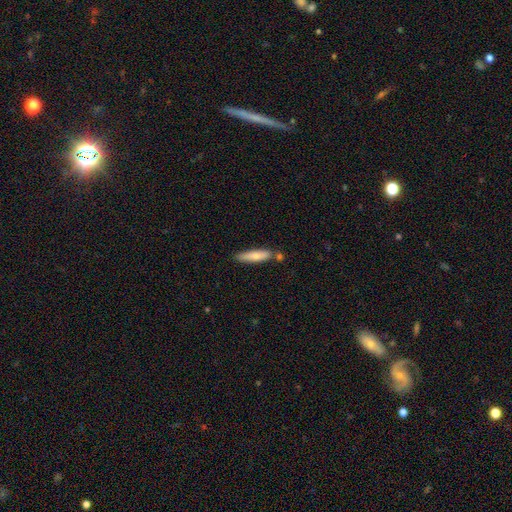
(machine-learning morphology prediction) Smooth or featured: smooth — 76% (featured or disk — 19%)
How rounded: cigar-shaped — 77% (in between — 22%)
Merging: none — 69% (minor disturbance — 15%)